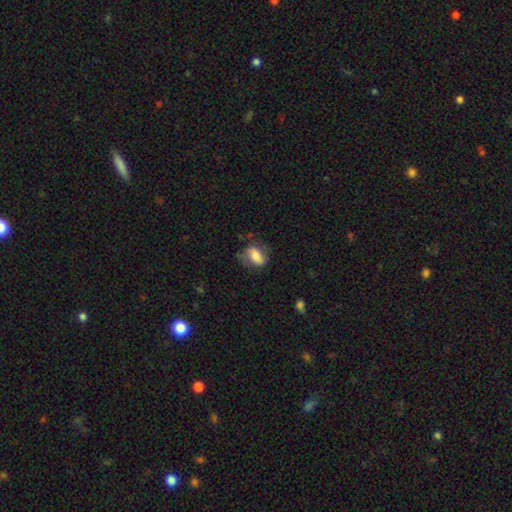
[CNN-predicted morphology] Q: Smooth or featured?
A: smooth (72%); runner-up: featured or disk (20%)
Q: How rounded?
A: in between (83%); runner-up: round (13%)
Q: Merging?
A: none (59%); runner-up: minor disturbance (27%)